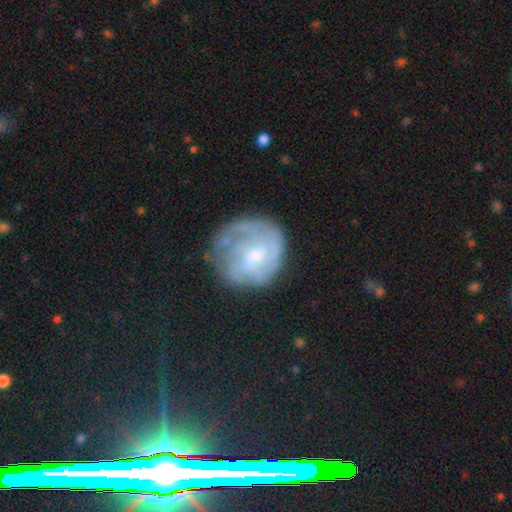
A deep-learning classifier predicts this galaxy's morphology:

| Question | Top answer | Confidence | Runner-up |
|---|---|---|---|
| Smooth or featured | featured or disk | 58% | smooth (32%) |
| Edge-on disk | no | 98% | yes (2%) |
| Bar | no | 61% | weak (34%) |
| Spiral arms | yes | 62% | no (38%) |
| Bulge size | small | 47% | moderate (43%) |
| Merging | none | 58% | minor disturbance (23%) |